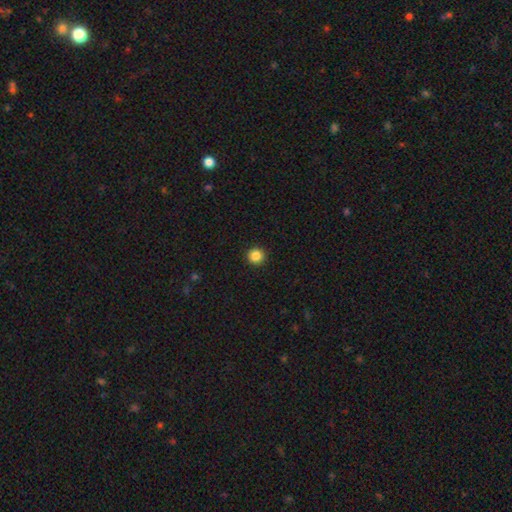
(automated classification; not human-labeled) Smooth or featured? smooth (87%)
How rounded? round (96%)
Merging? none (93%)